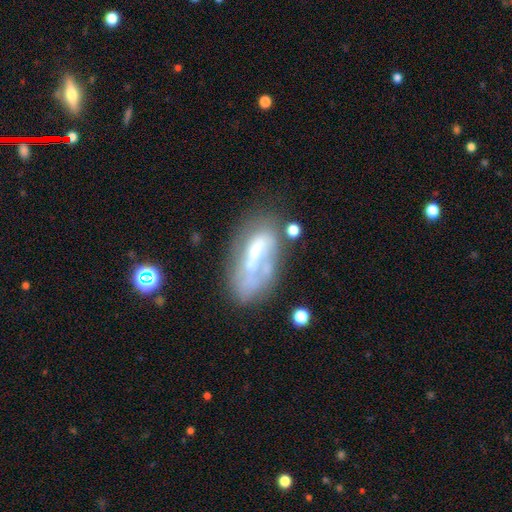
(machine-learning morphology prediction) smooth_or_featured: featured or disk (p=0.55) [alt: smooth p=0.35]
disk_edge_on: no (p=0.87) [alt: yes p=0.13]
merging: none (p=0.43) [alt: minor disturbance p=0.23]